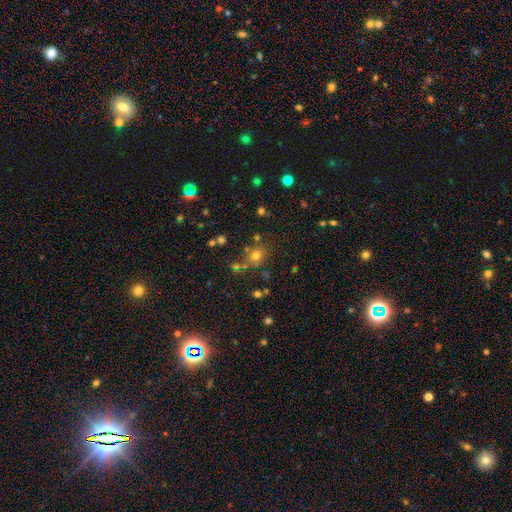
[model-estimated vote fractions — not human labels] smooth 66%, star or artifact 25%, featured or disk 9%. Down the decision tree: how rounded — round (81%); merging — none (72%).